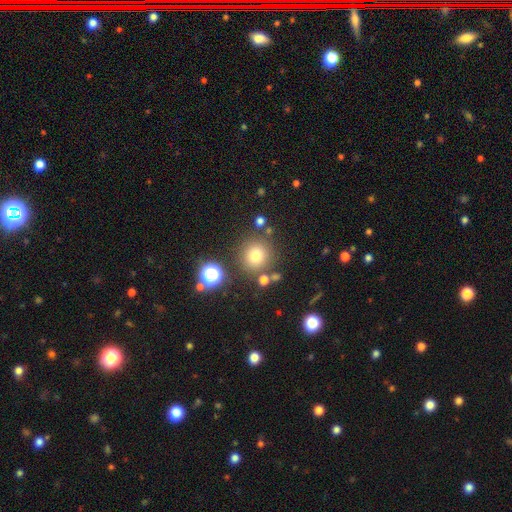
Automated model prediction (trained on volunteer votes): smooth 73%, star or artifact 18%, featured or disk 9%. Down the decision tree: how rounded — round (93%); merging — none (81%).